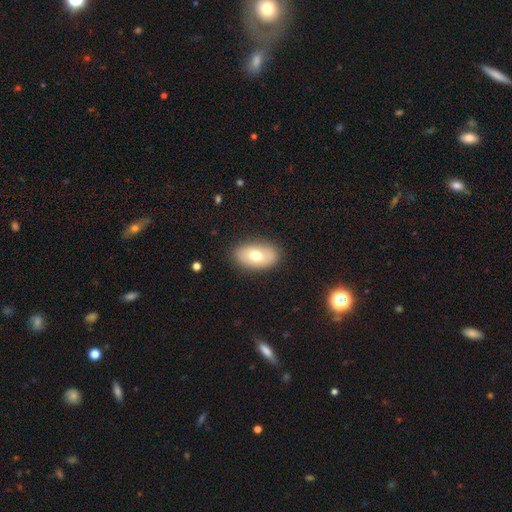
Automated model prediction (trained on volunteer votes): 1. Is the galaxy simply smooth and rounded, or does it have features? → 68% smooth, 24% featured or disk, 7% star or artifact.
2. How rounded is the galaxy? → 91% in between, 7% round, 2% cigar-shaped.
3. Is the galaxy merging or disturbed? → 84% none, 11% minor disturbance, 3% major disturbance, 1% merger.